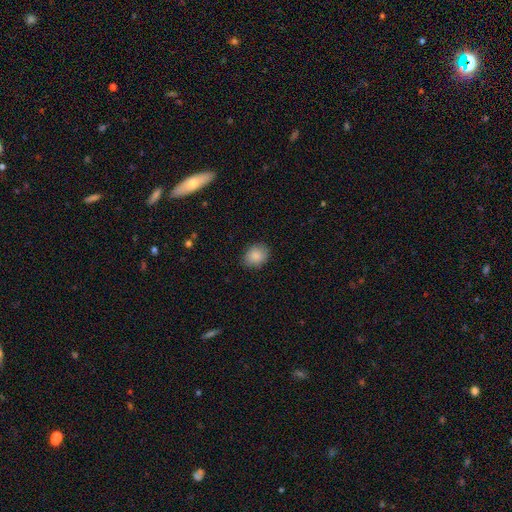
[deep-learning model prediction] Q: Smooth or featured?
A: smooth (88%); runner-up: star or artifact (8%)
Q: How rounded?
A: round (52%); runner-up: in between (47%)
Q: Merging?
A: none (84%); runner-up: minor disturbance (13%)